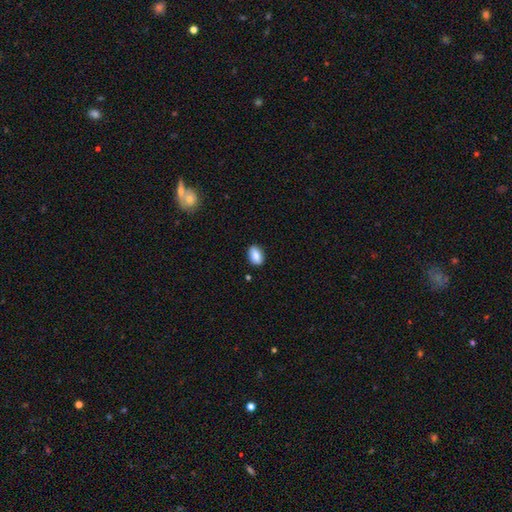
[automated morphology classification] Q: Smooth or featured?
A: smooth (86%); runner-up: star or artifact (7%)
Q: How rounded?
A: in between (89%); runner-up: round (8%)
Q: Merging?
A: none (86%); runner-up: minor disturbance (10%)